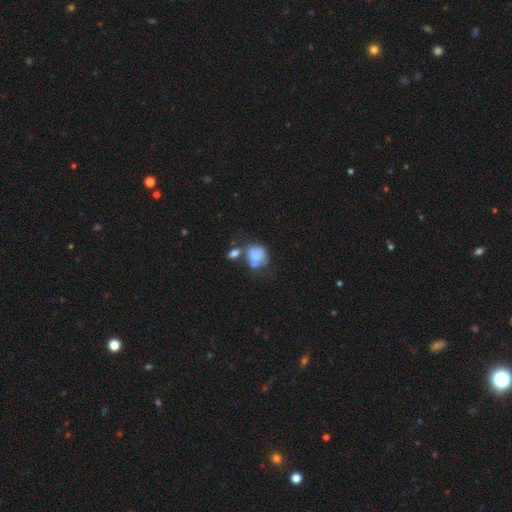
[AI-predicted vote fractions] A smooth galaxy with no disk features (75%) that is round (57%). Merging: merger (31%).